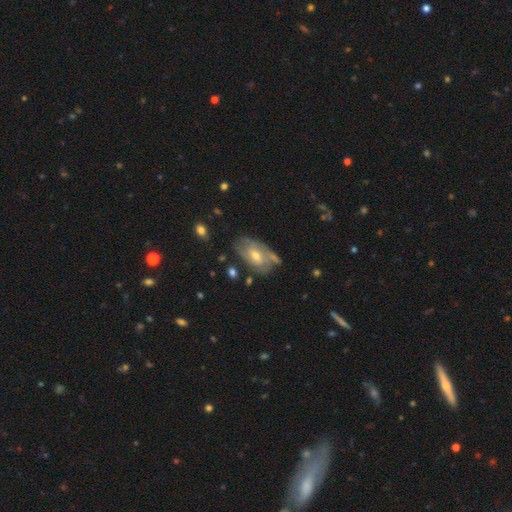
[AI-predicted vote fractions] featured or disk 61%, smooth 32%, star or artifact 7%. Down the decision tree: edge-on disk — no (93%); bar — no (60%); spiral arms — yes (65%); bulge size — moderate (54%); merging — none (51%).